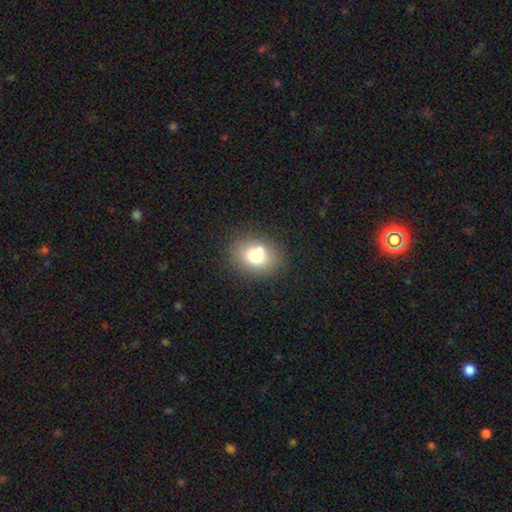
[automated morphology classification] Q: Smooth or featured?
A: smooth (72%); runner-up: featured or disk (16%)
Q: How rounded?
A: round (51%); runner-up: in between (48%)
Q: Merging?
A: none (71%); runner-up: minor disturbance (13%)